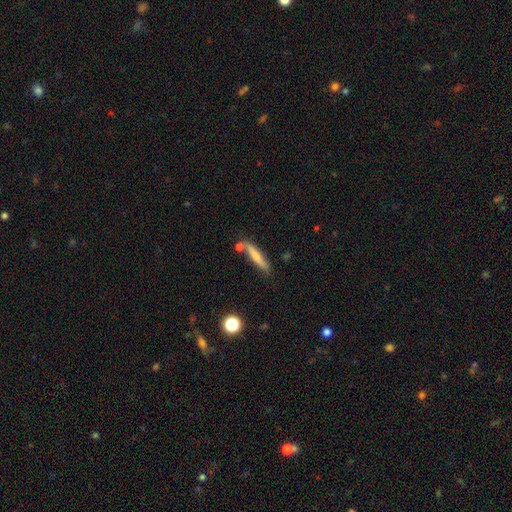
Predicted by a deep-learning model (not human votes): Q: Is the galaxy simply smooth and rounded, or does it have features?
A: smooth — 59%.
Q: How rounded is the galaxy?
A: cigar-shaped — 87%.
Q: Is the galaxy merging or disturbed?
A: none — 72%.